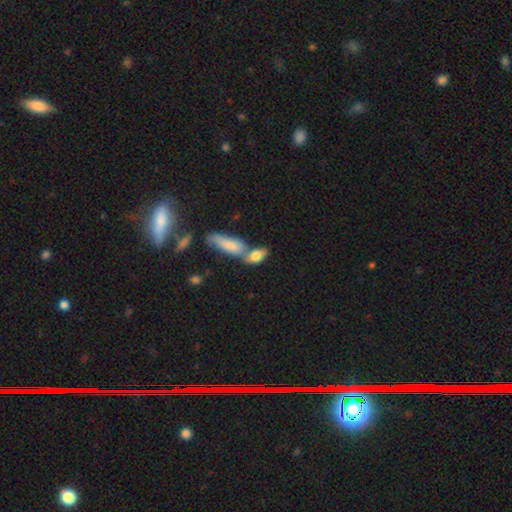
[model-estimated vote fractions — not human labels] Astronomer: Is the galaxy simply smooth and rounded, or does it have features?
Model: smooth — 74%.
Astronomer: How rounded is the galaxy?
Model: in between — 78%.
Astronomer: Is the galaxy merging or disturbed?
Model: merger — 54% (runner-up: none, 30%).